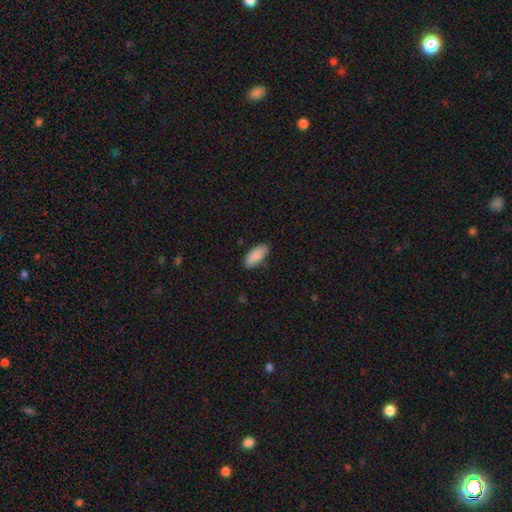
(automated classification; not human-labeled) Smooth or featured: smooth — 90% (star or artifact — 6%)
How rounded: in between — 86% (cigar-shaped — 12%)
Merging: none — 85% (minor disturbance — 12%)